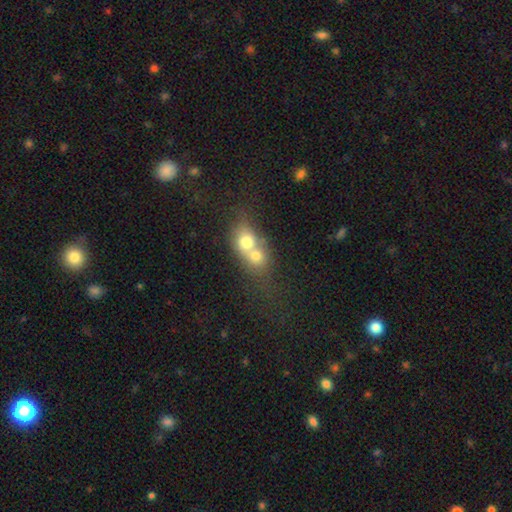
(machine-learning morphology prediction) Smooth or featured: smooth — 67% (featured or disk — 23%)
How rounded: round — 58% (in between — 40%)
Merging: merger — 77% (none — 15%)